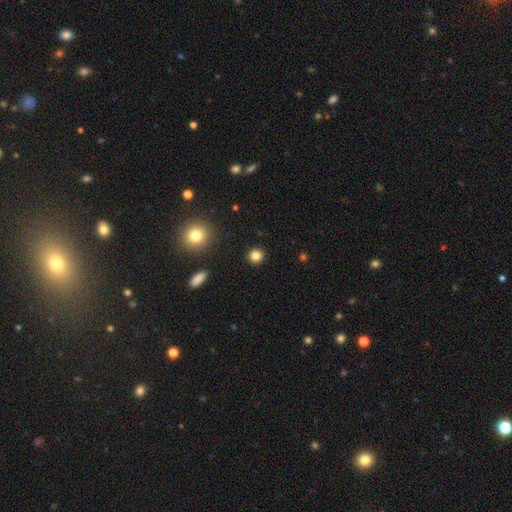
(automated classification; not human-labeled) smooth_or_featured: smooth (p=0.82) [alt: star or artifact p=0.12]
how_rounded: round (p=0.93) [alt: in between p=0.06]
merging: none (p=0.92) [alt: minor disturbance p=0.05]